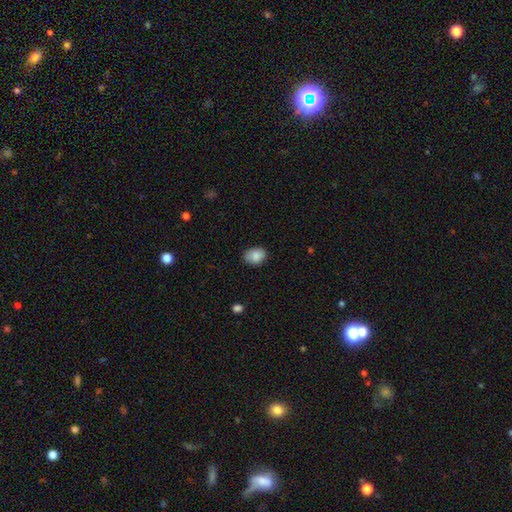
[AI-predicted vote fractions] Morphology: type=smooth (87%); roundness=in between (69%); merging=none (81%).